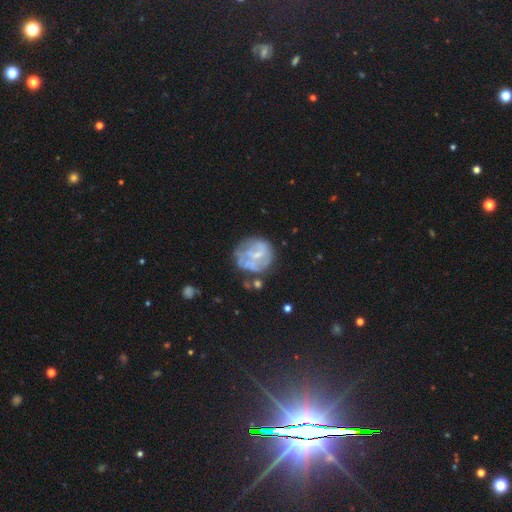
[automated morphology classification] Smooth or featured? Predicted: featured or disk (p=0.60). Edge-on disk? Predicted: no (p=0.98). Bar? Predicted: no (p=0.59). Spiral arms? Predicted: no (p=0.57). Bulge size? Predicted: small (p=0.45). Merging? Predicted: none (p=0.55).